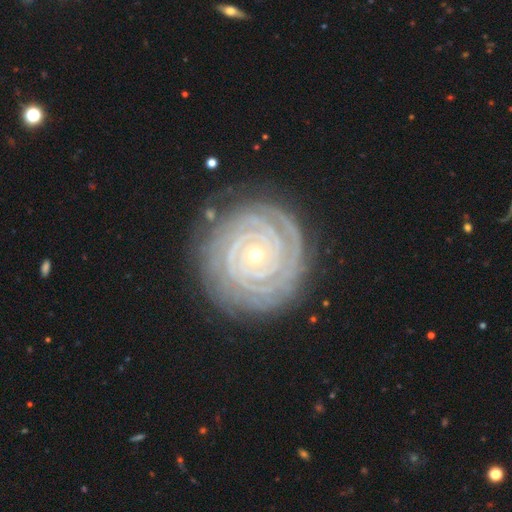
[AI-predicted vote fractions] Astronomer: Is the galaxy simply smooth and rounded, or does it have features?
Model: featured or disk — 92%.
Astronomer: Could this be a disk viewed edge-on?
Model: no — 98%.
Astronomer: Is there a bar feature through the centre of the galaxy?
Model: no — 78%.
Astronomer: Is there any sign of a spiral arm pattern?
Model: yes — 98%.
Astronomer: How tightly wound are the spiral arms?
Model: tight — 93%.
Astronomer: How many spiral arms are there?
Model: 2 — 26% (runner-up: 3, 20%).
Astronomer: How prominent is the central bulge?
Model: small — 73%.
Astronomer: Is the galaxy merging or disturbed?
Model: none — 84%.